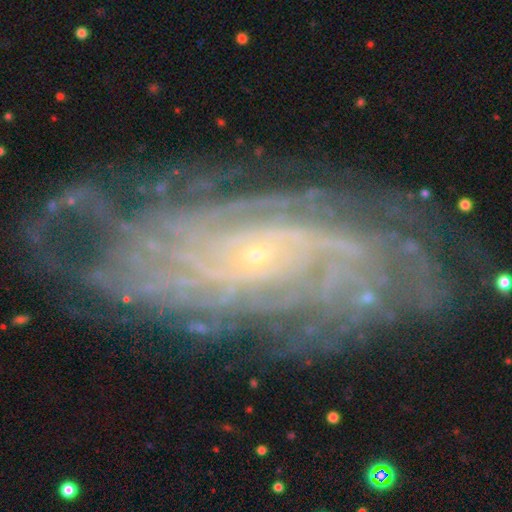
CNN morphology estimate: Smooth or featured?
  - featured or disk: 83% *
  - star or artifact: 9%
  - smooth: 7%
Edge-on disk?
  - no: 92% *
  - yes: 8%
Bar?
  - no: 69% *
  - weak: 24%
  - strong: 8%
Spiral arms?
  - yes: 96% *
  - no: 4%
Spiral winding?
  - tight: 69% *
  - medium: 23%
  - loose: 7%
Spiral arm count?
  - can't tell: 40% *
  - more than 4: 19%
  - 4: 13%
  - 2: 11%
  - 3: 10%
  - 1: 7%
Bulge size?
  - small: 87% *
  - moderate: 7%
  - none: 3%
  - large: 1%
  - dominant: 1%
Merging?
  - none: 74% *
  - minor disturbance: 17%
  - major disturbance: 7%
  - merger: 2%